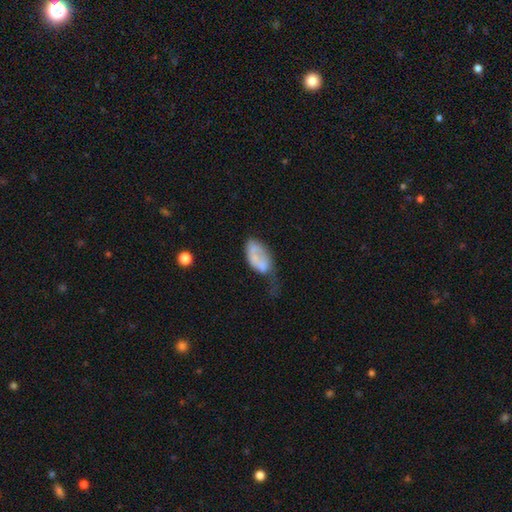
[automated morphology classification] smooth 56%, featured or disk 36%, star or artifact 8%. Down the decision tree: how rounded — in between (92%); merging — major disturbance (42%).